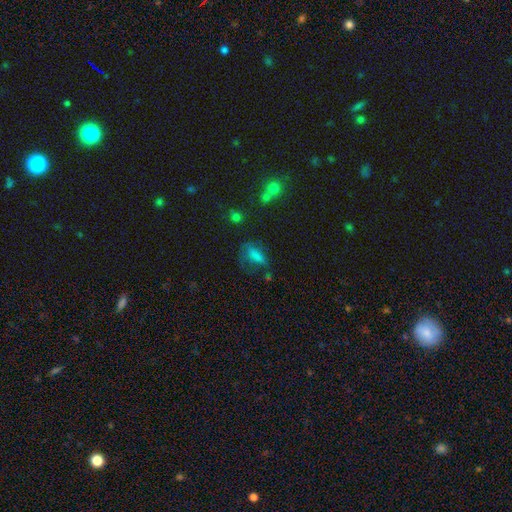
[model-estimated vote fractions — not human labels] Overall: smooth (72%). How rounded: in between (69%). Merging: none (43%; minor disturbance 27%).